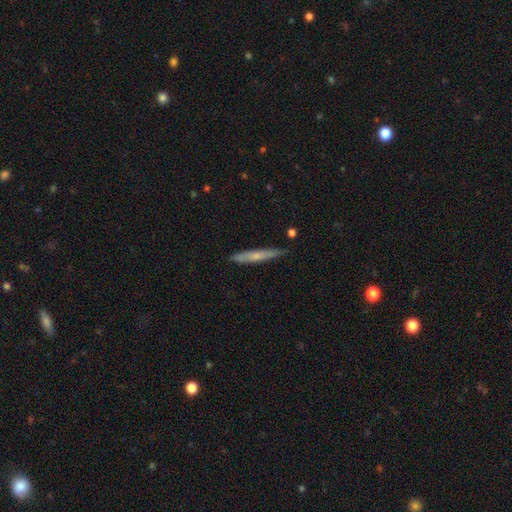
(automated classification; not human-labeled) Smooth or featured: smooth — 50% (featured or disk — 43%)
How rounded: cigar-shaped — 94% (in between — 4%)
Merging: none — 81% (minor disturbance — 15%)